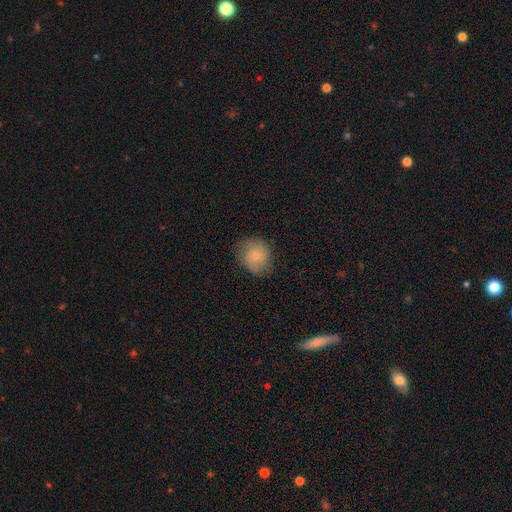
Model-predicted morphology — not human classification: A smooth galaxy with no disk features (76%) that is round (74%).

Vote fractions:
- Smooth or featured? smooth: 76% / featured or disk: 16% / star or artifact: 7%
- How rounded? round: 74% / in between: 25% / cigar-shaped: 1%
- Merging? none: 72% / minor disturbance: 21% / major disturbance: 6% / merger: 1%